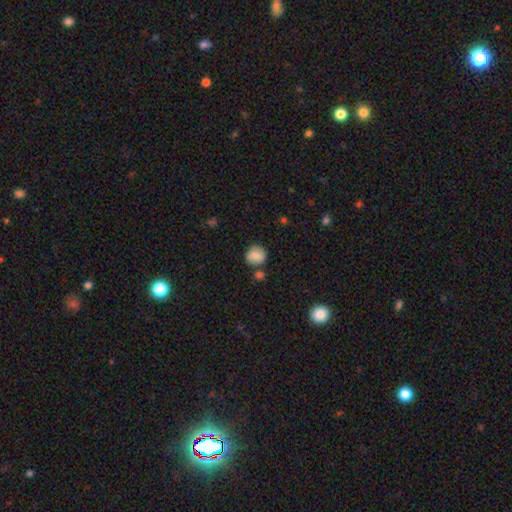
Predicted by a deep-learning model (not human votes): A smooth galaxy with no disk features (79%) that is round (86%).

Vote fractions:
- Smooth or featured? smooth: 79% / featured or disk: 13% / star or artifact: 9%
- How rounded? round: 86% / in between: 13% / cigar-shaped: 1%
- Merging? none: 74% / minor disturbance: 13% / merger: 10% / major disturbance: 3%